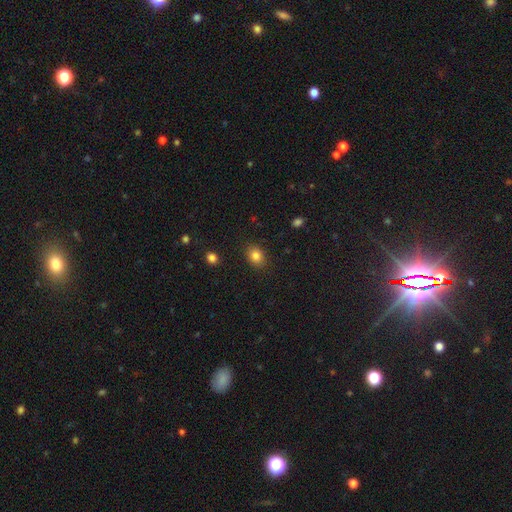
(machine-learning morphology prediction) A smooth galaxy with no disk features (84%) that is in between round and cigar-shaped (57%). Merging: none (87%).